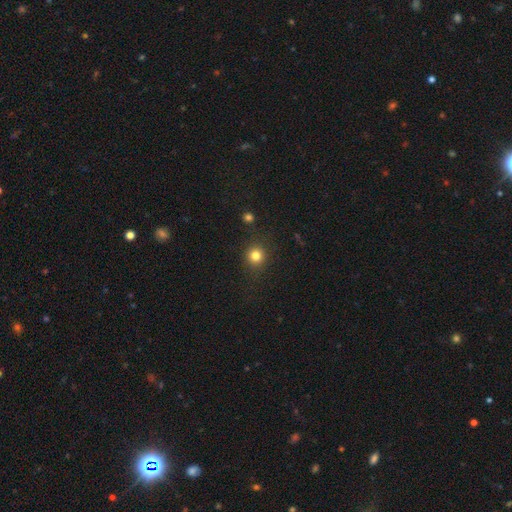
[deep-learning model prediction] Smooth or featured?
  - smooth: 81% *
  - star or artifact: 13%
  - featured or disk: 6%
How rounded?
  - round: 91% *
  - in between: 8%
  - cigar-shaped: 1%
Merging?
  - none: 88% *
  - minor disturbance: 7%
  - major disturbance: 3%
  - merger: 2%